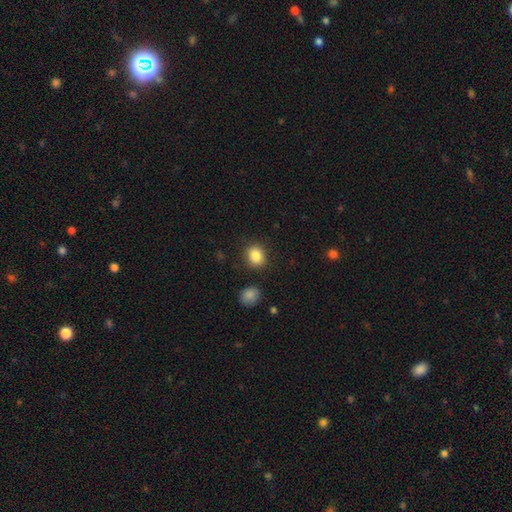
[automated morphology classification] type=smooth (86%); roundness=round (60%); merging=none (86%).